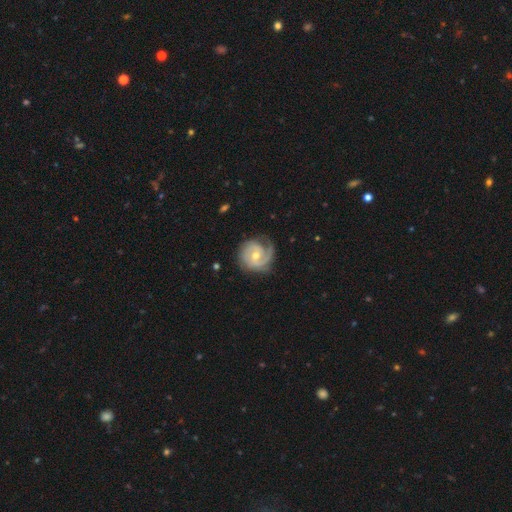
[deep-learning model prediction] Q: Smooth or featured?
A: featured or disk (85%); runner-up: smooth (11%)
Q: Edge-on disk?
A: no (98%); runner-up: yes (2%)
Q: Bar?
A: no (50%); runner-up: weak (41%)
Q: Spiral arms?
A: yes (96%); runner-up: no (4%)
Q: Spiral winding?
A: tight (54%); runner-up: medium (35%)
Q: Spiral arm count?
A: 2 (55%); runner-up: 1 (23%)
Q: Bulge size?
A: moderate (60%); runner-up: small (36%)
Q: Merging?
A: none (71%); runner-up: minor disturbance (19%)